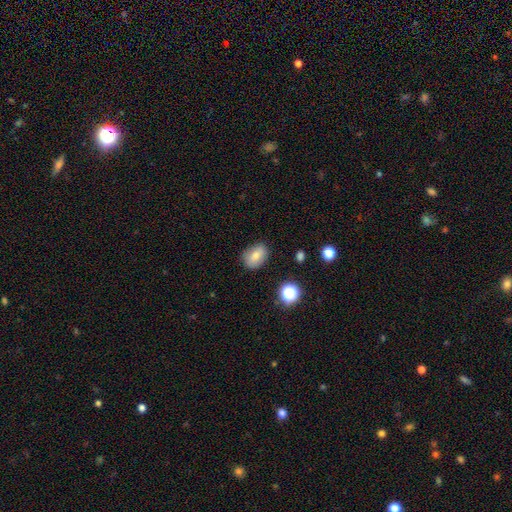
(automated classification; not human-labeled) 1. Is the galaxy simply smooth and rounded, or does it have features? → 75% smooth, 15% featured or disk, 11% star or artifact.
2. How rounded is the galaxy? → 73% in between, 25% round, 1% cigar-shaped.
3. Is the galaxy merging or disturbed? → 81% none, 14% minor disturbance, 3% major disturbance, 2% merger.